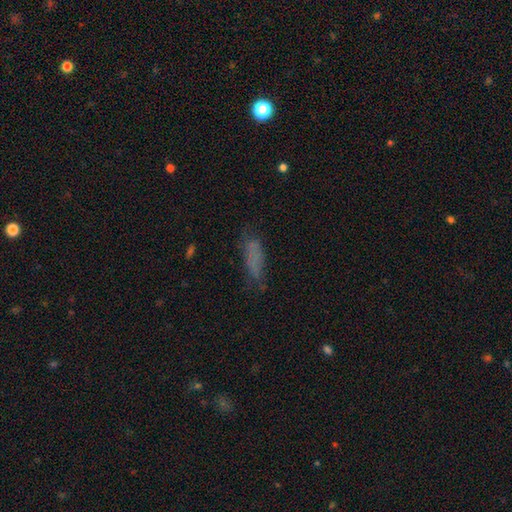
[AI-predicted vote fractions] Smooth or featured: smooth — 64% (featured or disk — 20%)
How rounded: cigar-shaped — 50% (in between — 47%)
Merging: none — 58% (minor disturbance — 24%)